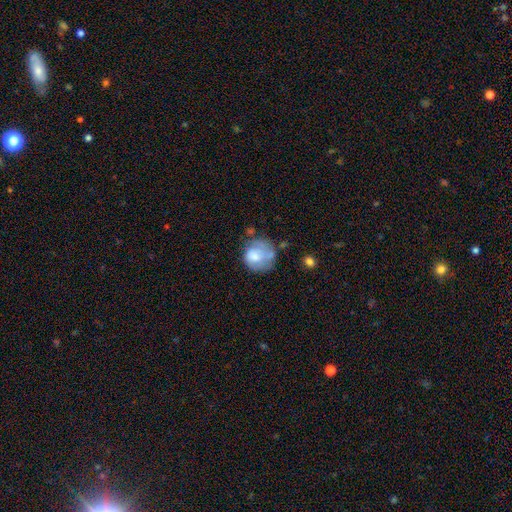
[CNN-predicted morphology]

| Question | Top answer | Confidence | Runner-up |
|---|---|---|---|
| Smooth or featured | smooth | 62% | featured or disk (30%) |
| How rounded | round | 79% | in between (20%) |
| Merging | none | 44% | minor disturbance (29%) |